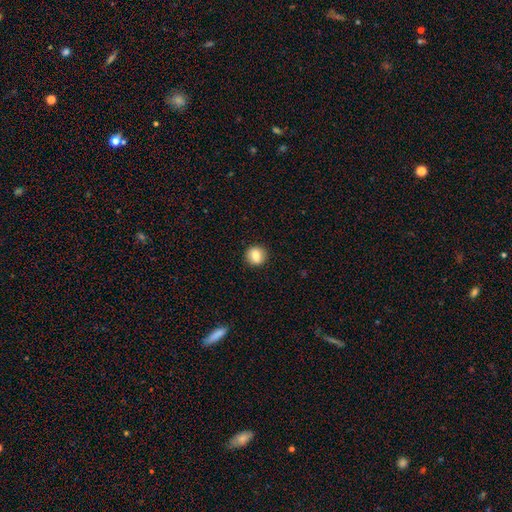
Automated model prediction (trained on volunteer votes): This appears to be a smooth galaxy with no disk features (81%) that is round (88%). Merging: none (90%).